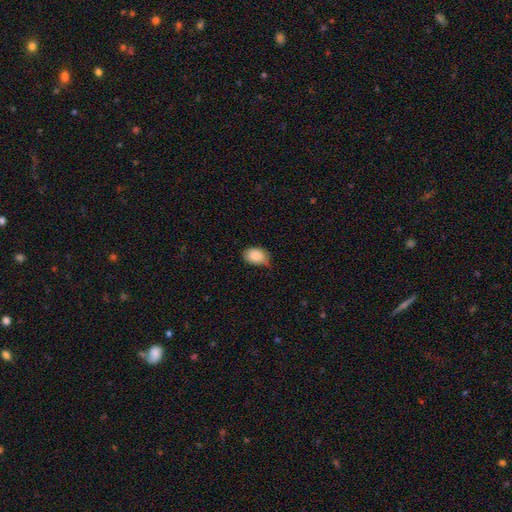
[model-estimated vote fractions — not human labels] Smooth or featured: smooth — 87% (star or artifact — 8%)
How rounded: in between — 80% (round — 19%)
Merging: none — 53% (minor disturbance — 39%)